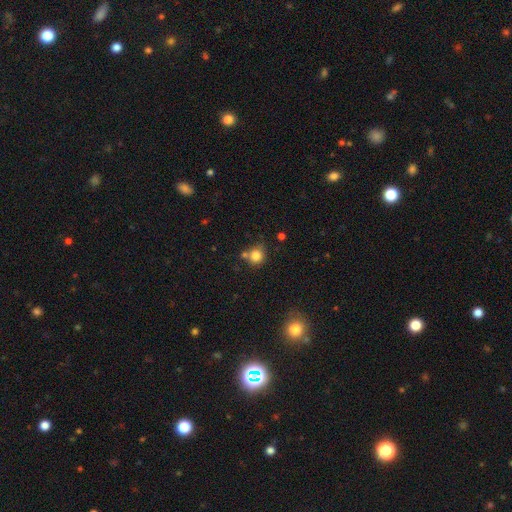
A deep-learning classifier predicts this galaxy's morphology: Overall: smooth (82%). How rounded: round (84%). Merging: none (63%).